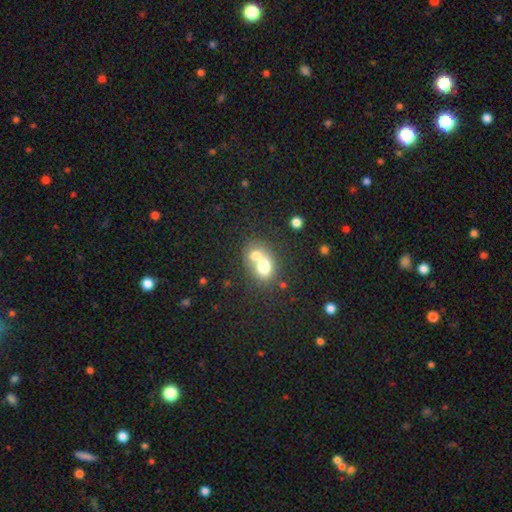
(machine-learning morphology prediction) This is likely a smooth galaxy (69%). How rounded: possibly in between (56%). Merging: likely merger (68%).